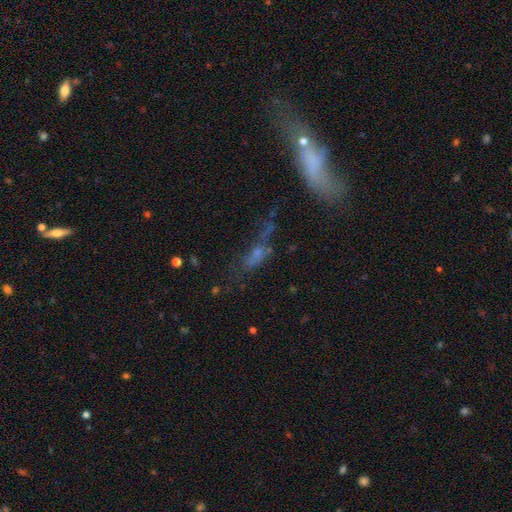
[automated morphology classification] smooth-or-featured: smooth: 45% | featured or disk: 28% | star or artifact: 27%
  merging: none: 36% | major disturbance: 28% | minor disturbance: 19% | merger: 17%